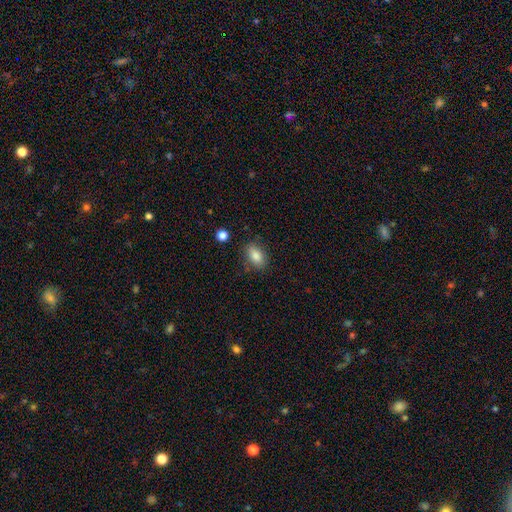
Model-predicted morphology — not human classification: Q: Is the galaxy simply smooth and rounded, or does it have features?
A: smooth — 85%.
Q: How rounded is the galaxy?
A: in between — 87%.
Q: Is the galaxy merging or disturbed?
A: none — 83%.